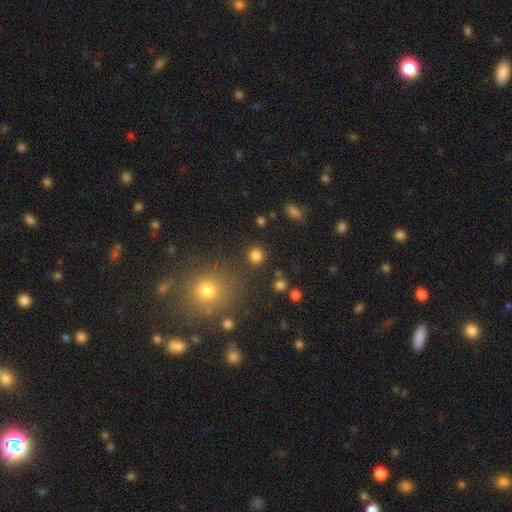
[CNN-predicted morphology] Smooth or featured: smooth — 81% (star or artifact — 14%)
How rounded: round — 92% (in between — 7%)
Merging: none — 88% (minor disturbance — 6%)